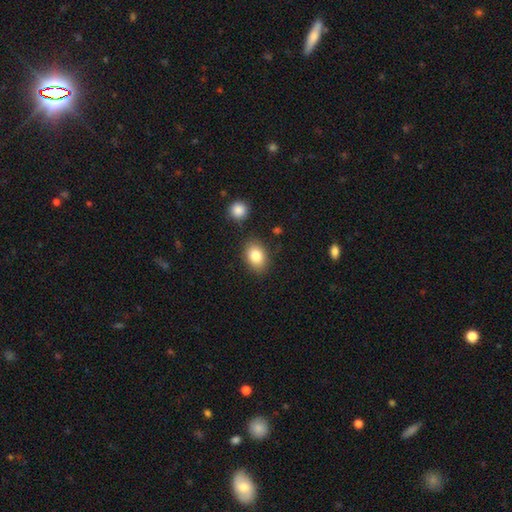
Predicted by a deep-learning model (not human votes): Smooth or featured?
  - smooth: 84% *
  - star or artifact: 8%
  - featured or disk: 8%
How rounded?
  - in between: 76% *
  - round: 22%
  - cigar-shaped: 1%
Merging?
  - none: 82% *
  - minor disturbance: 11%
  - merger: 4%
  - major disturbance: 3%